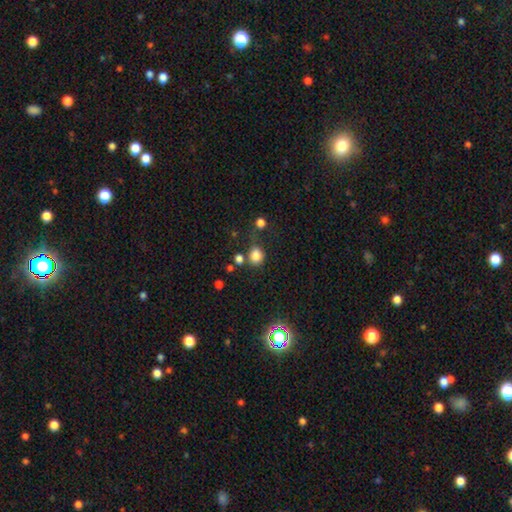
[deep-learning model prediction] Smooth or featured? Predicted: smooth (p=0.81). How rounded? Predicted: round (p=0.77). Merging? Predicted: none (p=0.63).